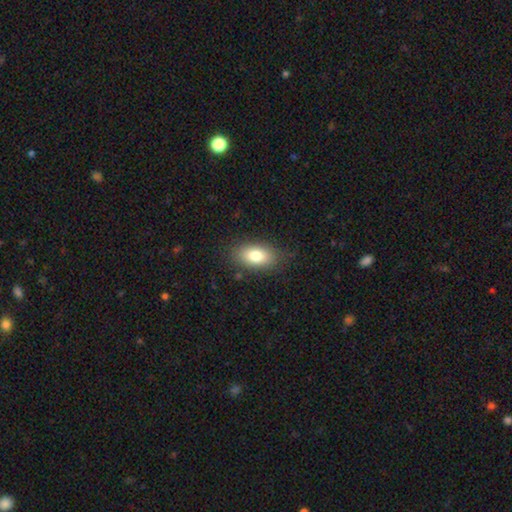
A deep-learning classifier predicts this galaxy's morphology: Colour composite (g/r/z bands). It shows a smooth galaxy with no disk features (79%) that is in between round and cigar-shaped (90%). Merging: none (83%).